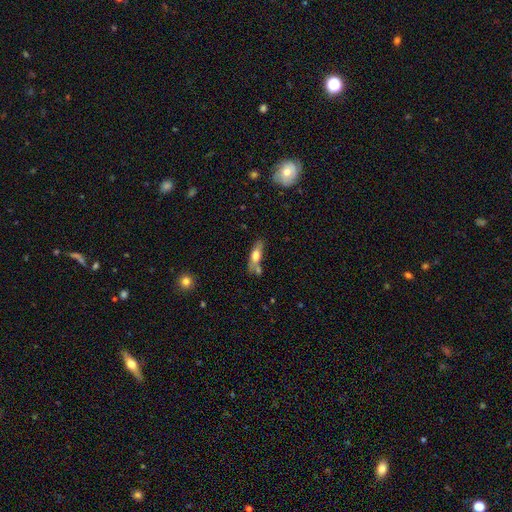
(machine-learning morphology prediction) Overall: smooth (59%; featured or disk 35%). How rounded: in between (49%; cigar-shaped 47%). Merging: none (57%; merger 19%).